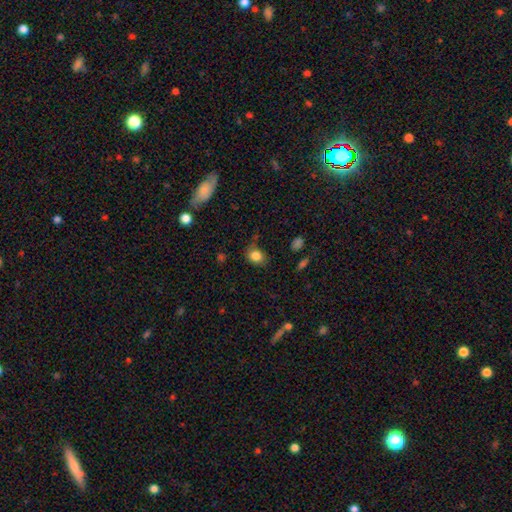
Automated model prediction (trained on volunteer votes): This appears to be a smooth galaxy with no disk features (84%) that is in between round and cigar-shaped (50%). Merging: none (70%).